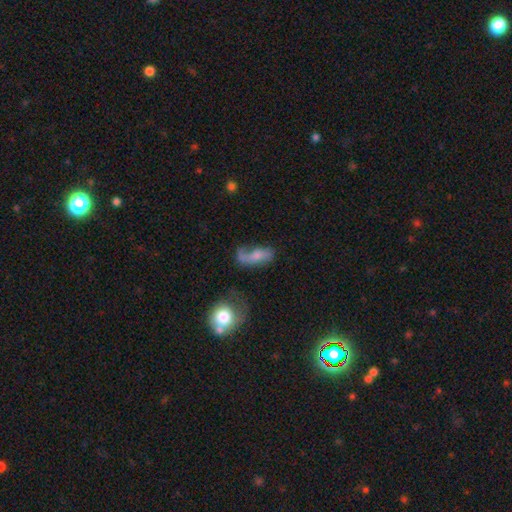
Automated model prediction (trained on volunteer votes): smooth 46%, featured or disk 44%, star or artifact 9%. Down the decision tree: merging — none (34%).